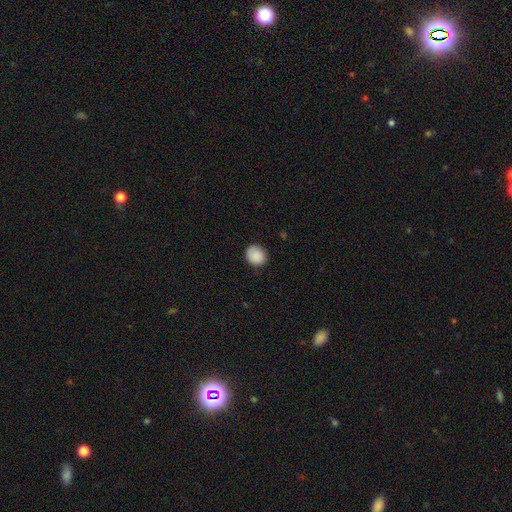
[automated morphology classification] Overall: smooth (89%). How rounded: round (77%). Merging: none (84%).